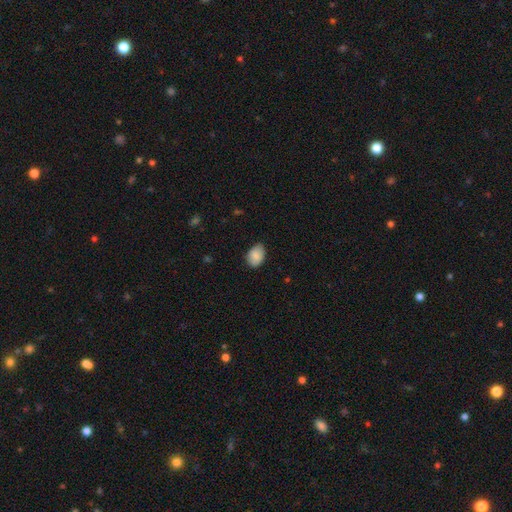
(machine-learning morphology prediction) smooth 87%, star or artifact 7%, featured or disk 6%. Down the decision tree: how rounded — in between (84%); merging — none (80%).